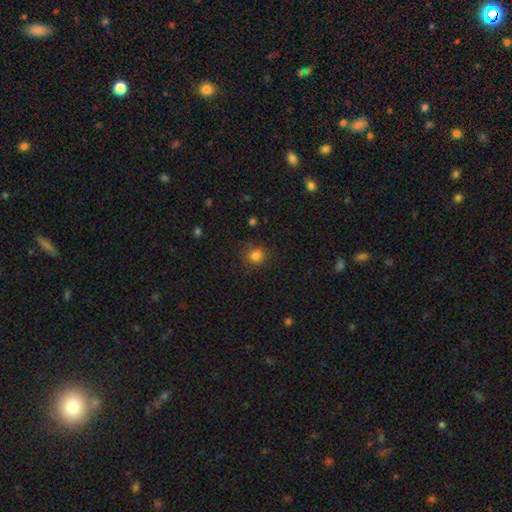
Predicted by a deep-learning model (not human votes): Morphology: type=smooth (82%); roundness=round (89%); merging=none (83%).